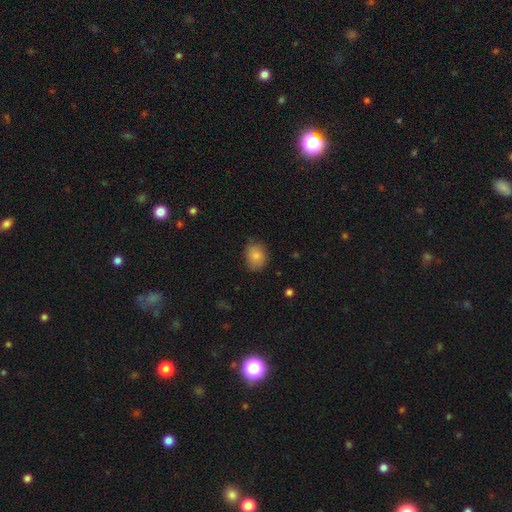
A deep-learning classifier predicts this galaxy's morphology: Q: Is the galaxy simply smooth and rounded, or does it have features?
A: smooth — 84%.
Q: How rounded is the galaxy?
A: in between — 51%.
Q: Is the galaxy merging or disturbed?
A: none — 72%.